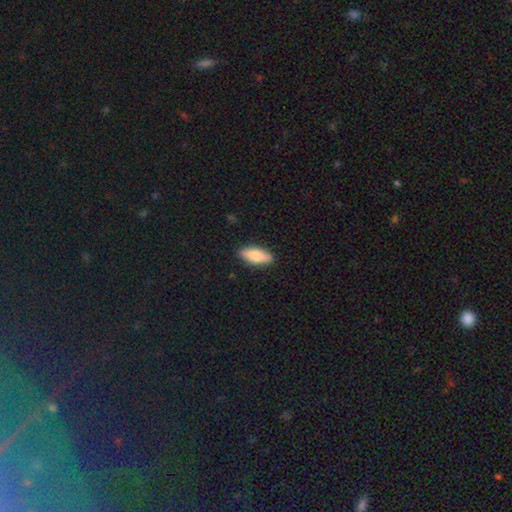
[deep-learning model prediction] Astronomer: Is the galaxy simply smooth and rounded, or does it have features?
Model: smooth — 74%.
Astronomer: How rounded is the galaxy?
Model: in between — 71%.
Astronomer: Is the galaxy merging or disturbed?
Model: none — 88%.